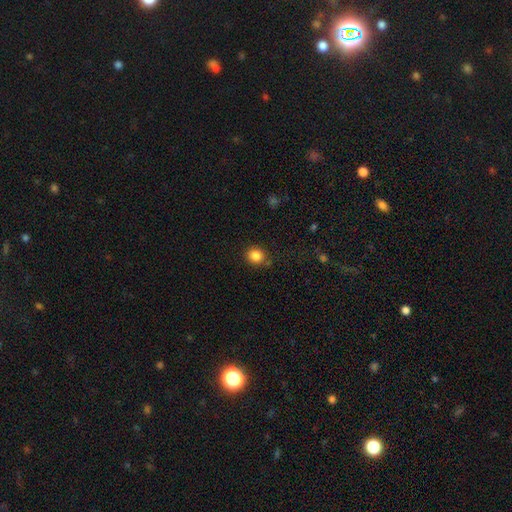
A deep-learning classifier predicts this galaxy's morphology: Smooth or featured? smooth (85%)
How rounded? round (81%)
Merging? none (82%)